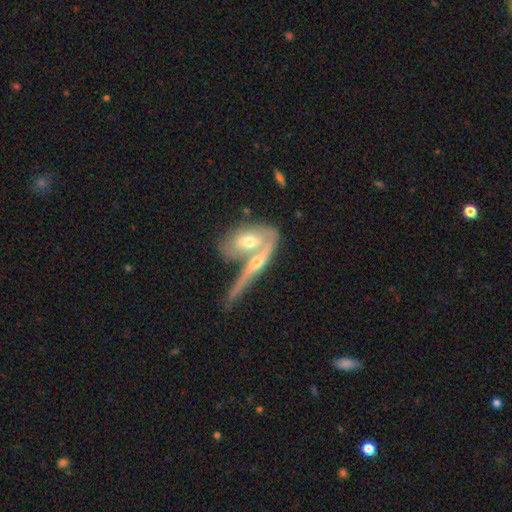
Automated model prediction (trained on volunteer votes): featured or disk 65%, smooth 29%, star or artifact 6%. Down the decision tree: edge-on disk — no (51%); merging — merger (56%).